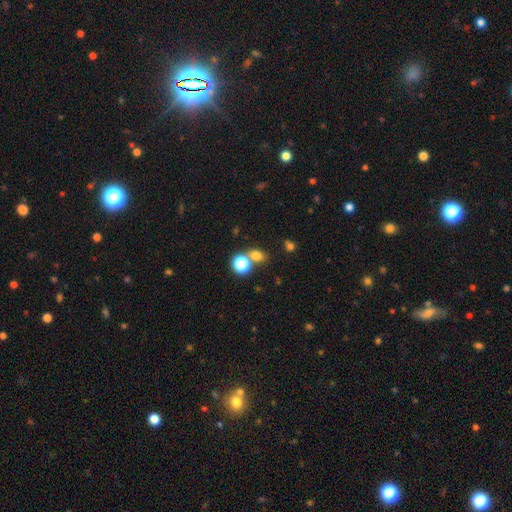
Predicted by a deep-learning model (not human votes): Smooth or featured?
  - smooth: 71% *
  - star or artifact: 21%
  - featured or disk: 8%
How rounded?
  - round: 50% *
  - in between: 48%
  - cigar-shaped: 2%
Merging?
  - none: 60% *
  - merger: 26%
  - minor disturbance: 9%
  - major disturbance: 4%